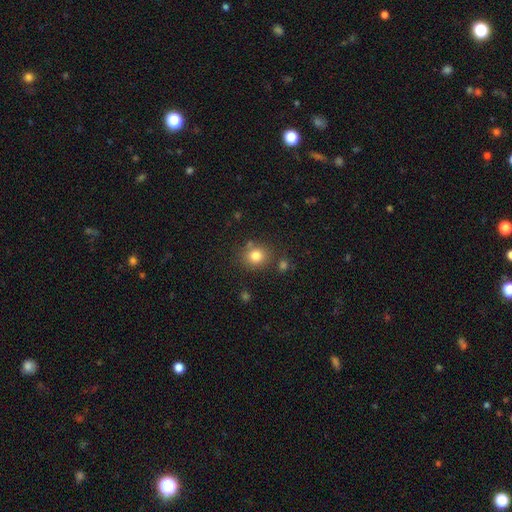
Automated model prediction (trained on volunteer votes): Smooth or featured?
  - smooth: 80% *
  - star or artifact: 12%
  - featured or disk: 8%
How rounded?
  - round: 81% *
  - in between: 18%
  - cigar-shaped: 1%
Merging?
  - none: 76% *
  - minor disturbance: 11%
  - merger: 9%
  - major disturbance: 4%